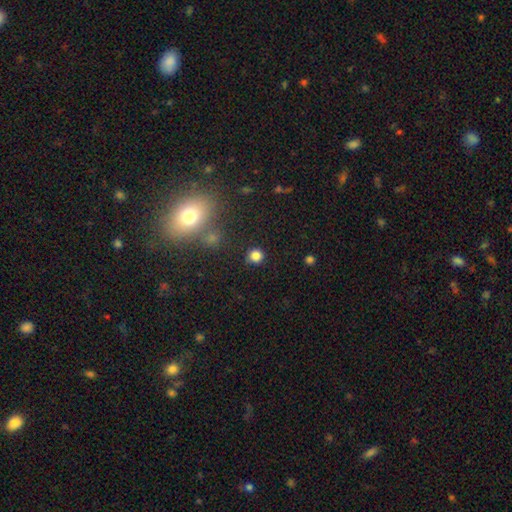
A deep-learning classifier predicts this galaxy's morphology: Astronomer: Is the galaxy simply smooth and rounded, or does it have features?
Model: smooth — 82%.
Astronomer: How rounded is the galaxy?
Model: round — 92%.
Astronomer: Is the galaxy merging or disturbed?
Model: none — 86%.